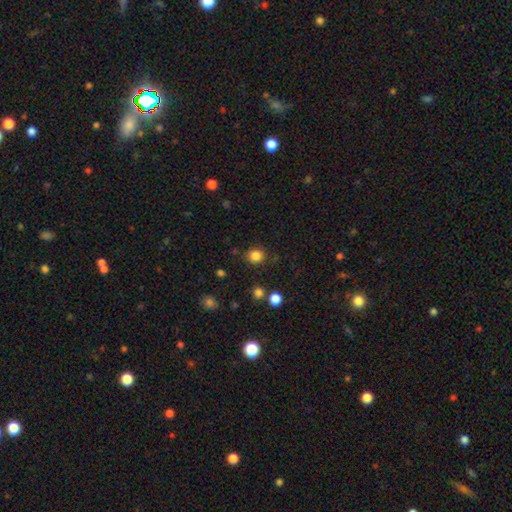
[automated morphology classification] This appears to be a smooth galaxy with no disk features (84%) that is round (86%). Merging: none (86%).